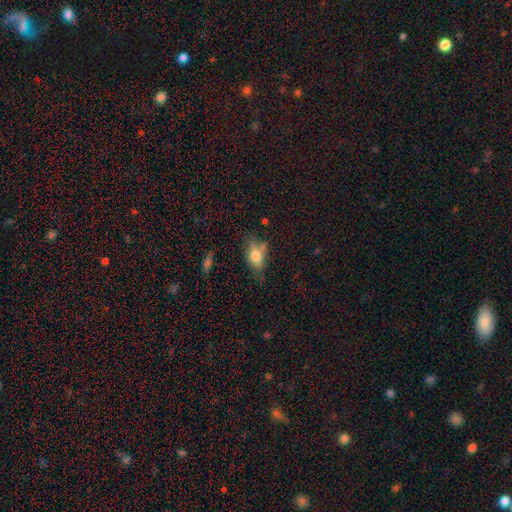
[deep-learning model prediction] Q: Smooth or featured?
A: smooth (70%); runner-up: featured or disk (20%)
Q: How rounded?
A: in between (83%); runner-up: round (9%)
Q: Merging?
A: none (51%); runner-up: minor disturbance (29%)